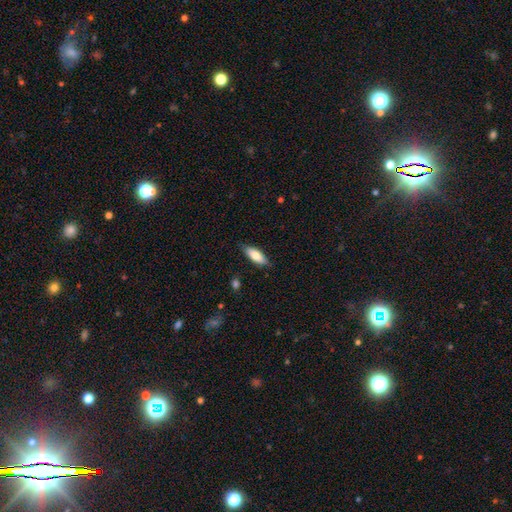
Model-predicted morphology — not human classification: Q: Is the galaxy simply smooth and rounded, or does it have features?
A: smooth — 74%.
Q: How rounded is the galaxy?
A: in between — 69%.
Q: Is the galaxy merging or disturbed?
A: none — 82%.